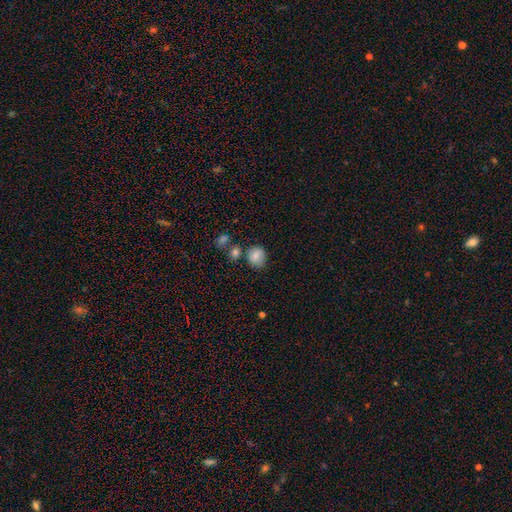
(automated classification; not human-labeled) Q: Smooth or featured?
A: smooth (82%); runner-up: star or artifact (10%)
Q: How rounded?
A: round (66%); runner-up: in between (33%)
Q: Merging?
A: none (67%); runner-up: minor disturbance (19%)